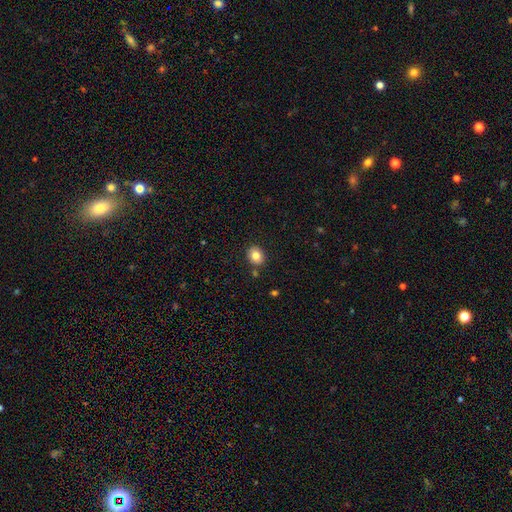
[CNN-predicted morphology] Overall: smooth (83%). How rounded: round (55%; in between 44%). Merging: none (85%).